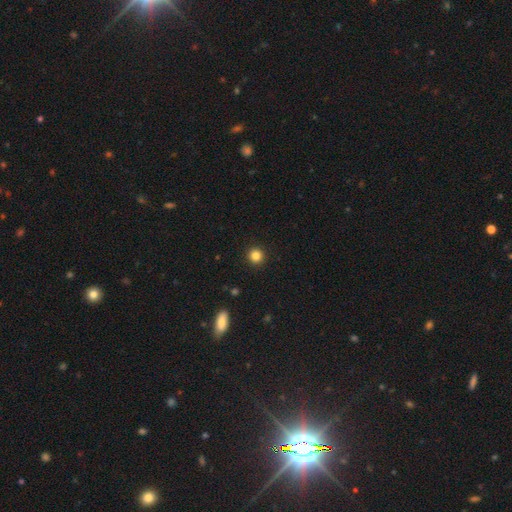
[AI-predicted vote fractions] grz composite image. It shows a smooth galaxy with no disk features (84%) that is round (95%). Merging: none (93%).